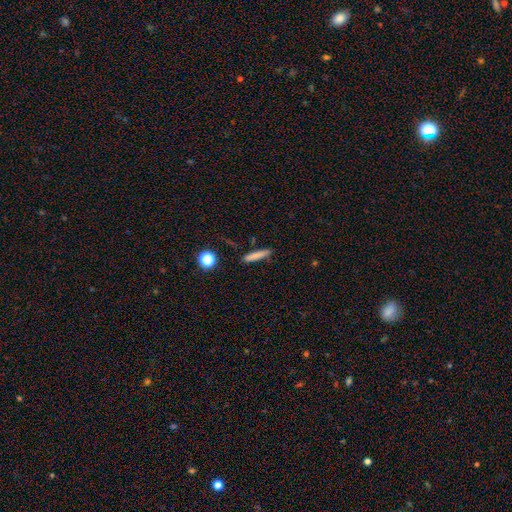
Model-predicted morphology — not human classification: The model was most divided on "smooth or featured": smooth: 80%, featured or disk: 12%, star or artifact: 9%. More confident: how rounded — cigar-shaped (89%); merging — none (86%).